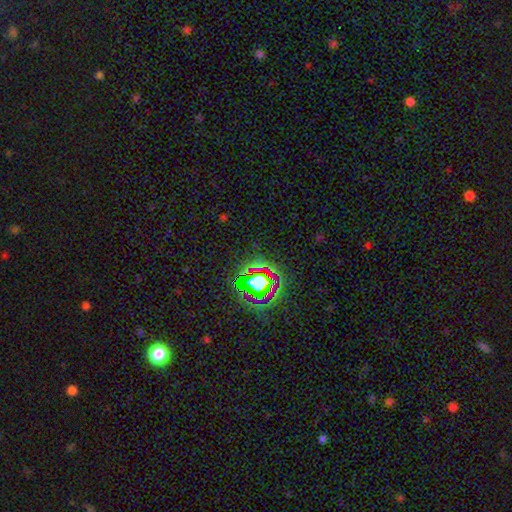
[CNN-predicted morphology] smooth-or-featured: star or artifact: 76% | smooth: 14% | featured or disk: 10%